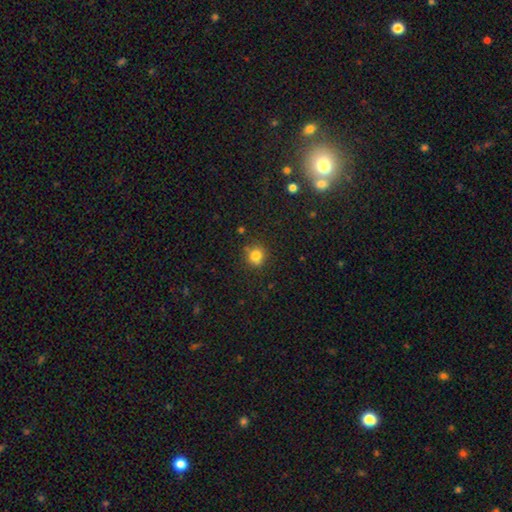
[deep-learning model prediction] Smooth or featured?
  - smooth: 80% *
  - star or artifact: 13%
  - featured or disk: 7%
How rounded?
  - round: 85% *
  - in between: 14%
  - cigar-shaped: 1%
Merging?
  - none: 77% *
  - minor disturbance: 14%
  - merger: 5%
  - major disturbance: 4%